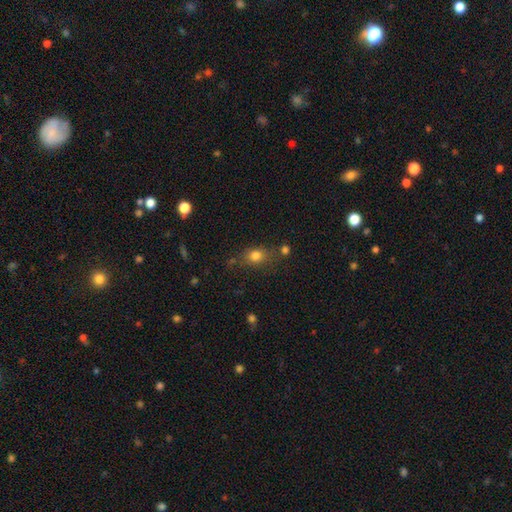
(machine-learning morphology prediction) smooth 79%, star or artifact 12%, featured or disk 9%. Down the decision tree: how rounded — in between (56%); merging — none (67%).